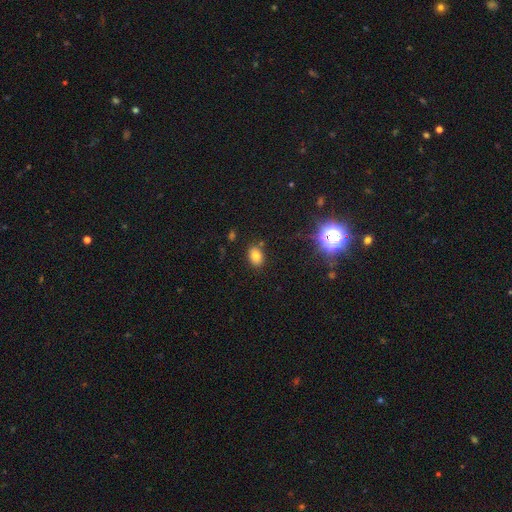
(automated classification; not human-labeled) A smooth galaxy with no disk features (77%) that is in between round and cigar-shaped (81%).

Vote fractions:
- Smooth or featured? smooth: 77% / star or artifact: 15% / featured or disk: 9%
- How rounded? in between: 81% / round: 18% / cigar-shaped: 1%
- Merging? none: 82% / minor disturbance: 11% / merger: 4% / major disturbance: 3%